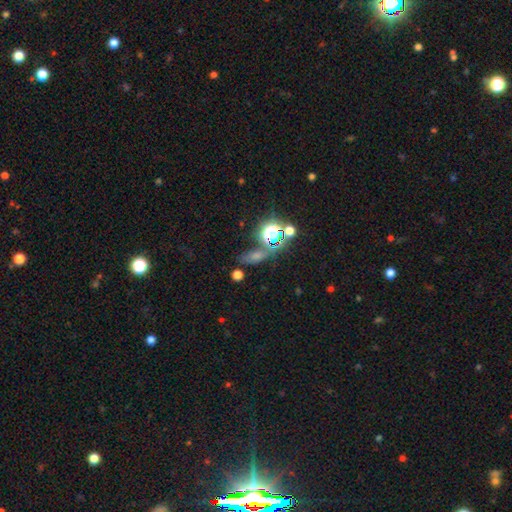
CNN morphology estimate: A star or artifact, not a galaxy (48%).

Vote fractions:
- Smooth or featured? star or artifact: 48% / smooth: 37% / featured or disk: 15%